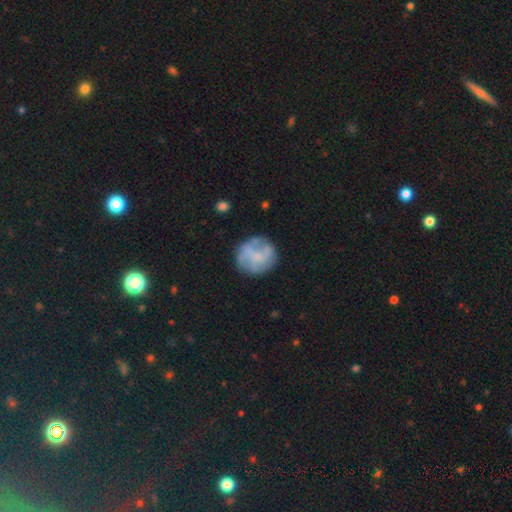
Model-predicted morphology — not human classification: Smooth or featured?
  - featured or disk: 50% *
  - smooth: 42%
  - star or artifact: 8%
Merging?
  - none: 68% *
  - minor disturbance: 18%
  - major disturbance: 10%
  - merger: 3%